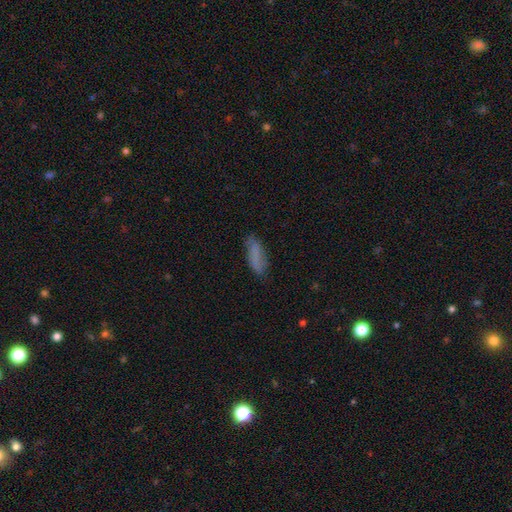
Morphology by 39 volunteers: Volunteers were most divided on "merging": none: 63%, minor disturbance: 31%, major disturbance: 3%, merger: 3%. More confident: smooth or featured — smooth (77%); how rounded — in between (67%).